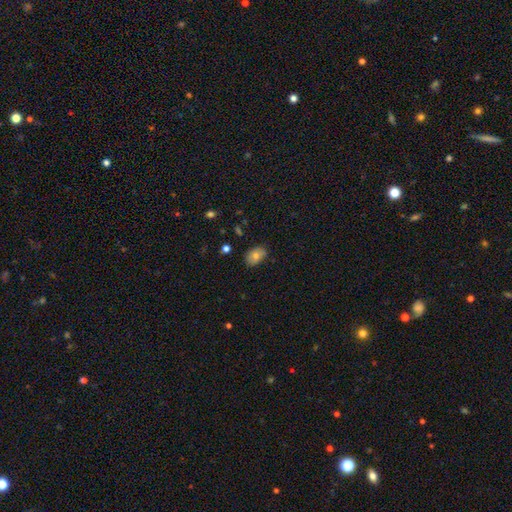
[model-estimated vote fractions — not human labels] Smooth or featured?
  - smooth: 73% *
  - featured or disk: 18%
  - star or artifact: 9%
How rounded?
  - in between: 82% *
  - round: 16%
  - cigar-shaped: 1%
Merging?
  - none: 75% *
  - minor disturbance: 21%
  - major disturbance: 3%
  - merger: 2%